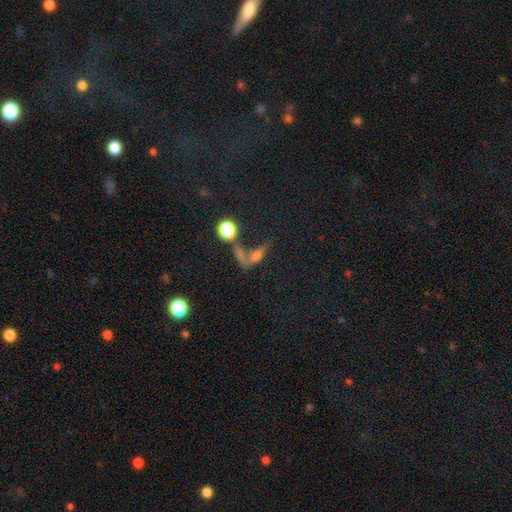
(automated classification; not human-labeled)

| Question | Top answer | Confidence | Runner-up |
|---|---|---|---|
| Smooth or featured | smooth | 51% | featured or disk (27%) |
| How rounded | in between | 50% | cigar-shaped (32%) |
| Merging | merger | 40% | none (32%) |